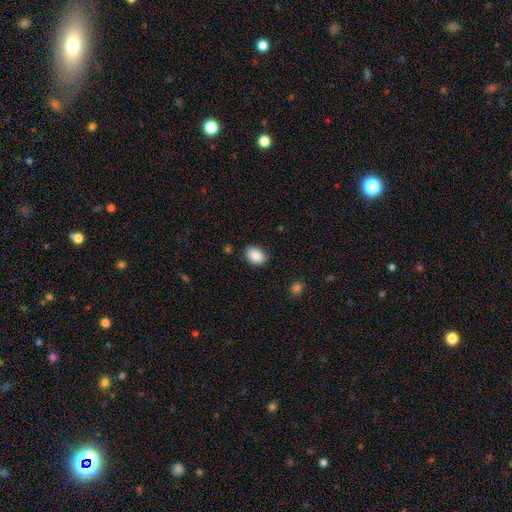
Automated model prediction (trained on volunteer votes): Morphology: type=smooth (87%); roundness=in between (82%); merging=none (85%).